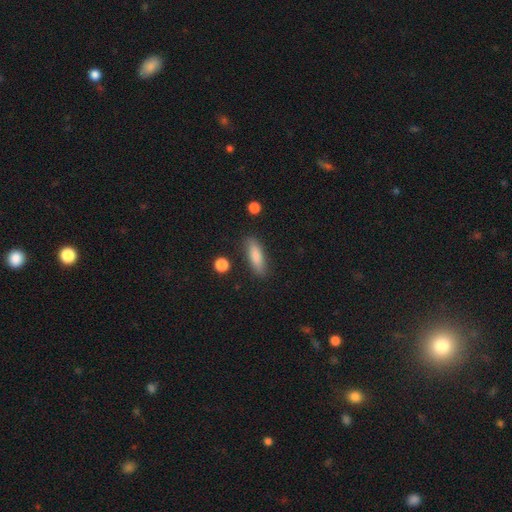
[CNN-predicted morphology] type=smooth (81%); roundness=cigar-shaped (52%); merging=none (84%).